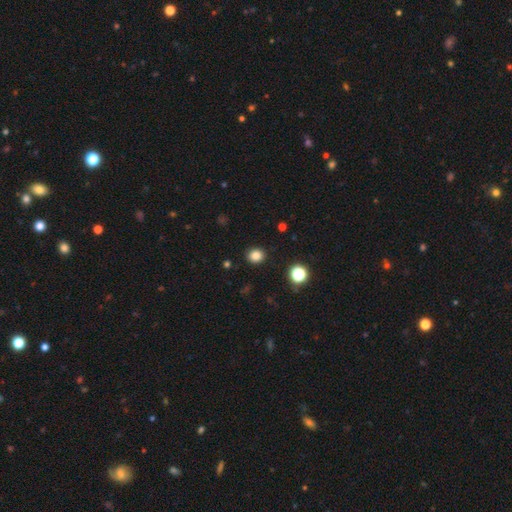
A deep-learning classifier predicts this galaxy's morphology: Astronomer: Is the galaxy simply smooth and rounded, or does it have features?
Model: smooth — 83%.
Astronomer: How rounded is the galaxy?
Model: round — 75%.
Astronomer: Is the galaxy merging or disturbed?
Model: none — 90%.